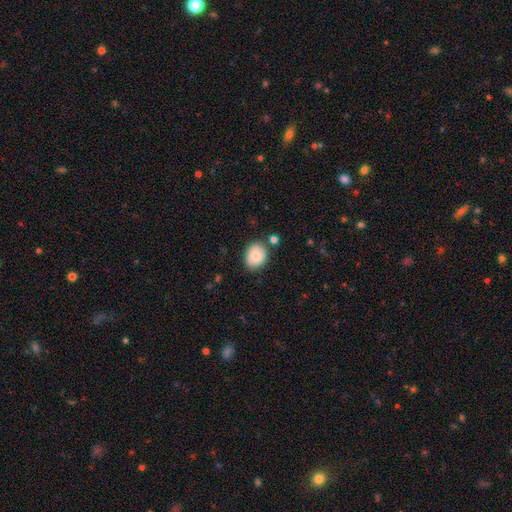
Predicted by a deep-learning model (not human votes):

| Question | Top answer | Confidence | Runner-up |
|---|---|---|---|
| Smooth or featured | smooth | 85% | star or artifact (7%) |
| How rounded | in between | 51% | round (48%) |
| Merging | none | 78% | minor disturbance (14%) |